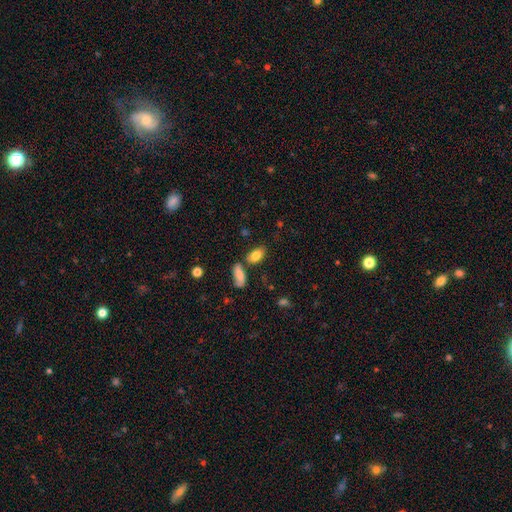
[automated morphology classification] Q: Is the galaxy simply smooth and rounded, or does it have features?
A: smooth — 82%.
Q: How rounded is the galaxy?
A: in between — 89%.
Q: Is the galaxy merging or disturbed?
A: none — 71%.